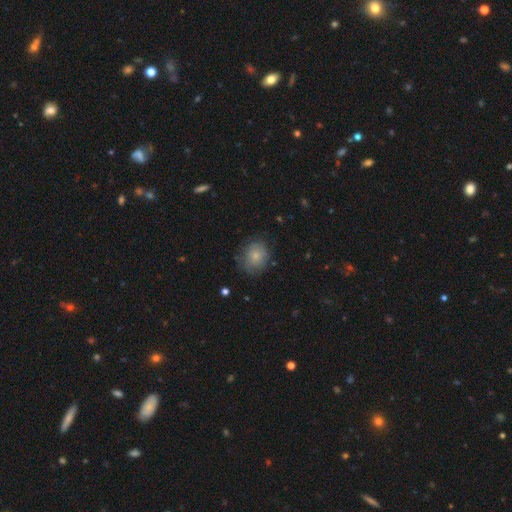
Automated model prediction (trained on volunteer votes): Smooth or featured? smooth (69%)
How rounded? round (63%)
Merging? none (70%)